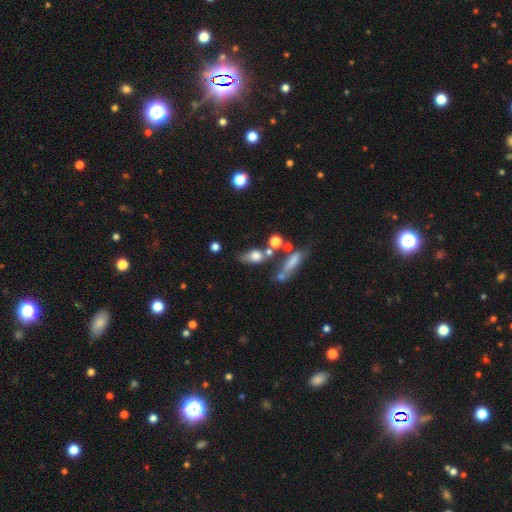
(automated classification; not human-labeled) Smooth or featured?
  - smooth: 69% *
  - featured or disk: 20%
  - star or artifact: 11%
How rounded?
  - in between: 65% *
  - round: 19%
  - cigar-shaped: 16%
Merging?
  - none: 42% *
  - merger: 26%
  - minor disturbance: 20%
  - major disturbance: 12%